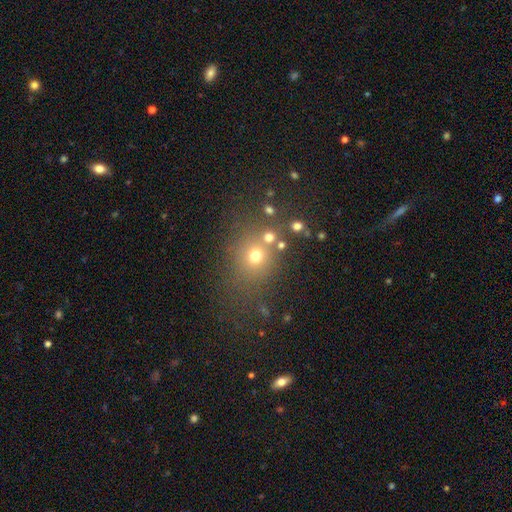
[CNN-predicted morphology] Overall: smooth (65%). How rounded: round (74%). Merging: none (67%).